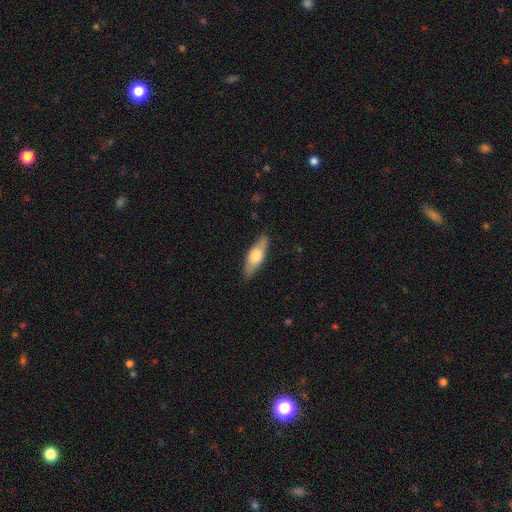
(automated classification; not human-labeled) This is possibly a smooth galaxy (56%). How rounded: possibly in between (53%). Merging: clearly none (86%).